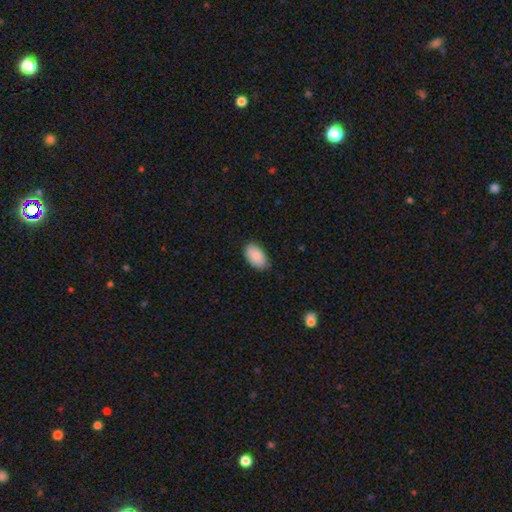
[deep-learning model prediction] The model was most divided on "merging": none: 81%, minor disturbance: 15%, major disturbance: 2%, merger: 1%. More confident: how rounded — in between (95%); smooth or featured — smooth (90%).